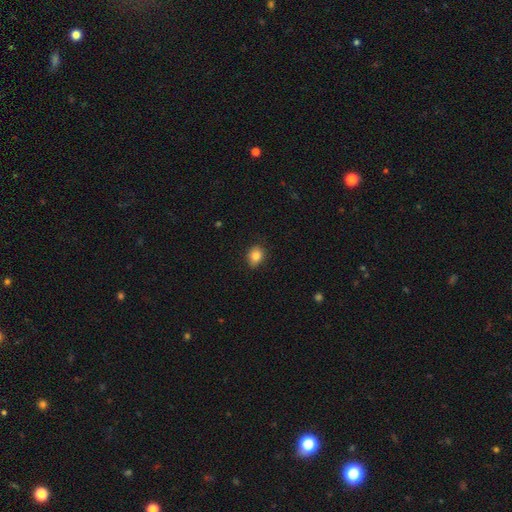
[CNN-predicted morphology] A smooth galaxy with no disk features (84%) that is in between round and cigar-shaped (51%).

Vote fractions:
- Smooth or featured? smooth: 84% / star or artifact: 9% / featured or disk: 6%
- How rounded? in between: 51% / round: 47% / cigar-shaped: 1%
- Merging? none: 78% / minor disturbance: 18% / major disturbance: 3% / merger: 1%